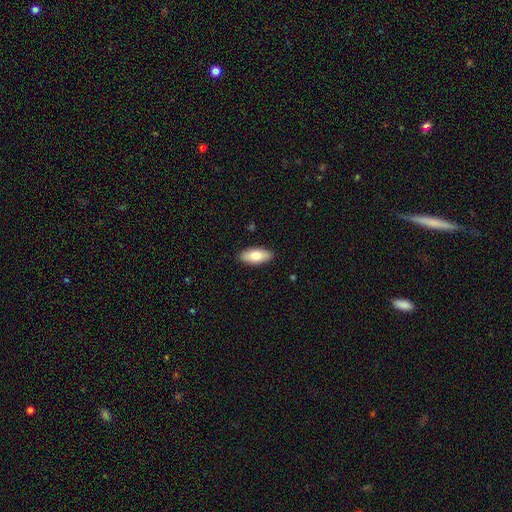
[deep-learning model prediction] smooth_or_featured: smooth (p=0.78) [alt: featured or disk p=0.16]
how_rounded: in between (p=0.87) [alt: cigar-shaped p=0.11]
merging: none (p=0.89) [alt: minor disturbance p=0.08]